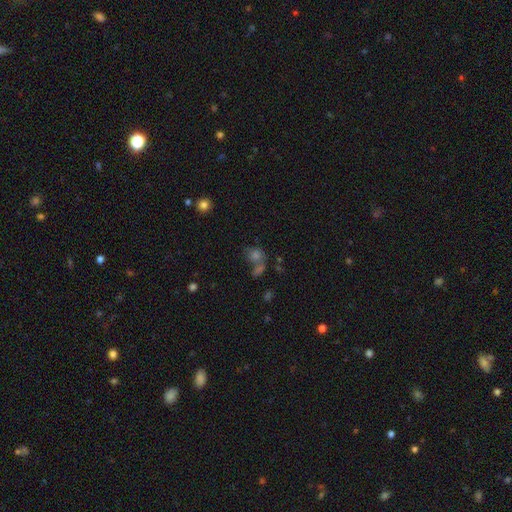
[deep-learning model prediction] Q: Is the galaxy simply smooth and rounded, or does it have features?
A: smooth — 49%.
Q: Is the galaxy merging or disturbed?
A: none — 44%.